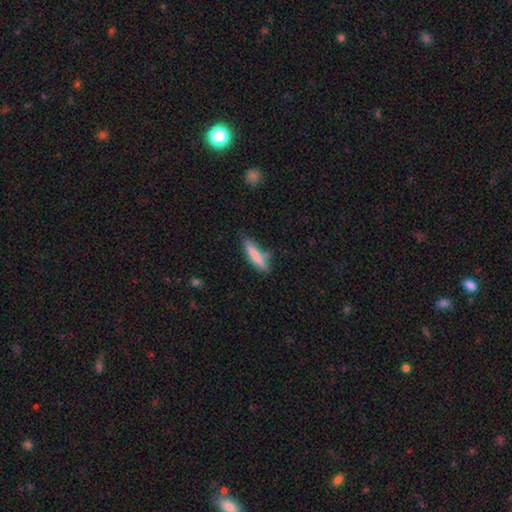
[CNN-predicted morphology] Overall: smooth (79%). How rounded: cigar-shaped (80%). Merging: none (65%).